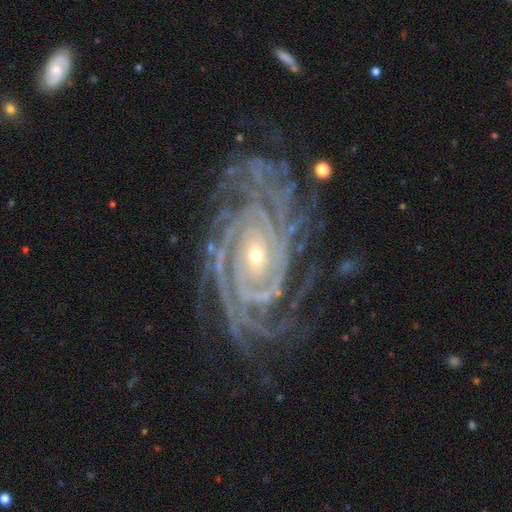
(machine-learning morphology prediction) A featured or disk galaxy (92%) with no bar (56%), more than 4 (28%) tight (85%) spiral arms (99%) and a small central bulge (63%).

Vote fractions:
- Smooth or featured? featured or disk: 92% / star or artifact: 5% / smooth: 3%
- Edge-on disk? no: 97% / yes: 3%
- Bar? no: 56% / weak: 25% / strong: 19%
- Spiral arms? yes: 99% / no: 1%
- Spiral winding? tight: 85% / medium: 12% / loose: 2%
- Spiral arm count? more than 4: 28% / 4: 23% / can't tell: 17% / 3: 13% / 2: 11% / 1: 8%
- Bulge size? small: 63% / moderate: 34% / large: 1% / none: 1% / dominant: 1%
- Merging? none: 75% / minor disturbance: 16% / major disturbance: 7% / merger: 2%